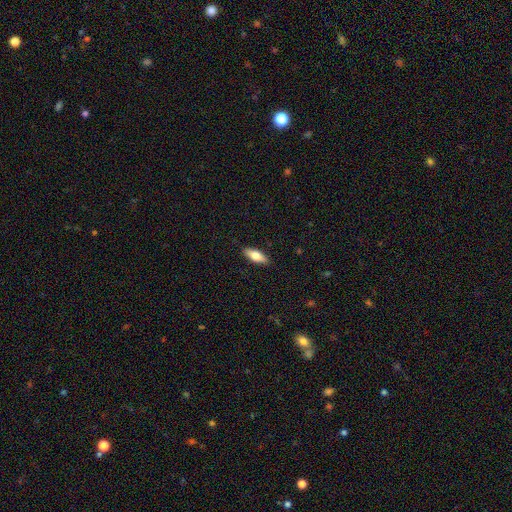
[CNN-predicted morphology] Q: Smooth or featured?
A: smooth (70%); runner-up: featured or disk (24%)
Q: How rounded?
A: in between (67%); runner-up: cigar-shaped (30%)
Q: Merging?
A: none (88%); runner-up: minor disturbance (9%)